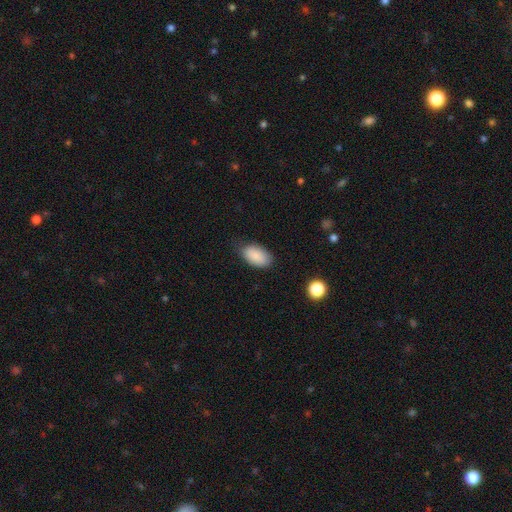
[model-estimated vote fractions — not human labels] smooth 88%, star or artifact 7%, featured or disk 5%. Down the decision tree: how rounded — in between (94%); merging — none (73%).